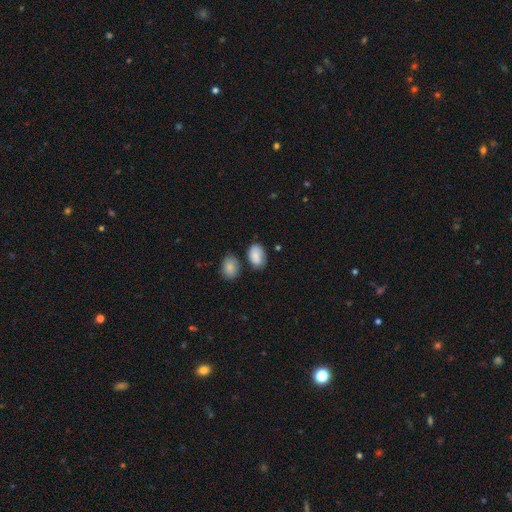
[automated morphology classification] Smooth or featured: smooth — 81% (featured or disk — 12%)
How rounded: in between — 88% (round — 11%)
Merging: none — 59% (minor disturbance — 22%)